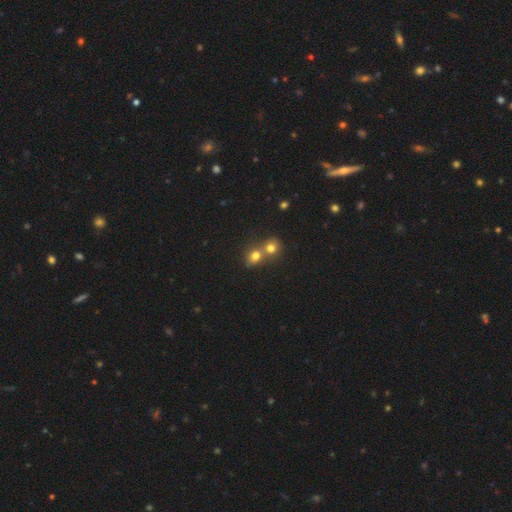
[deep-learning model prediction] The model was most divided on "merging": merger: 58%, none: 34%, minor disturbance: 6%, major disturbance: 3%. More confident: smooth or featured — smooth (75%); how rounded — round (74%).